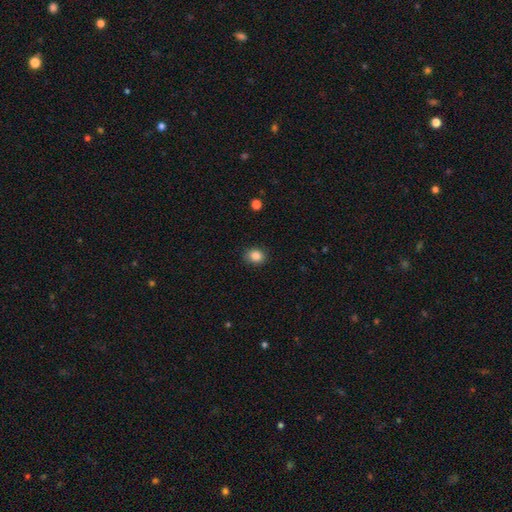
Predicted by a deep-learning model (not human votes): Smooth or featured?
  - smooth: 86% *
  - star or artifact: 10%
  - featured or disk: 4%
How rounded?
  - round: 63% *
  - in between: 36%
  - cigar-shaped: 1%
Merging?
  - none: 85% *
  - minor disturbance: 11%
  - major disturbance: 3%
  - merger: 1%